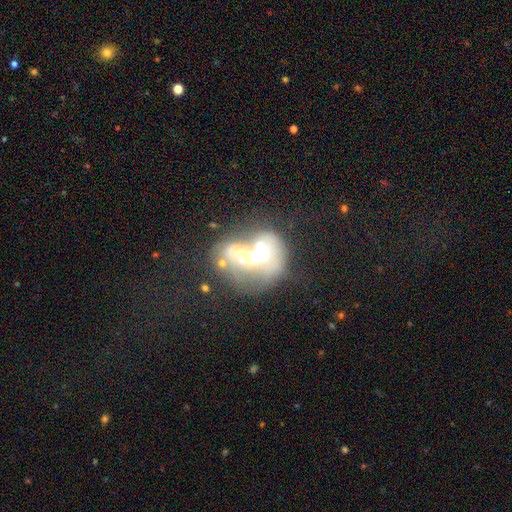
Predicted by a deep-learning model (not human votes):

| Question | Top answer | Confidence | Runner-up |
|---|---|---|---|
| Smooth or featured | featured or disk | 54% | smooth (29%) |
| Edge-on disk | no | 97% | yes (3%) |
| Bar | no | 87% | weak (8%) |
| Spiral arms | no | 90% | yes (10%) |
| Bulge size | moderate | 46% | none (19%) |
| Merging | merger | 58% | none (17%) |